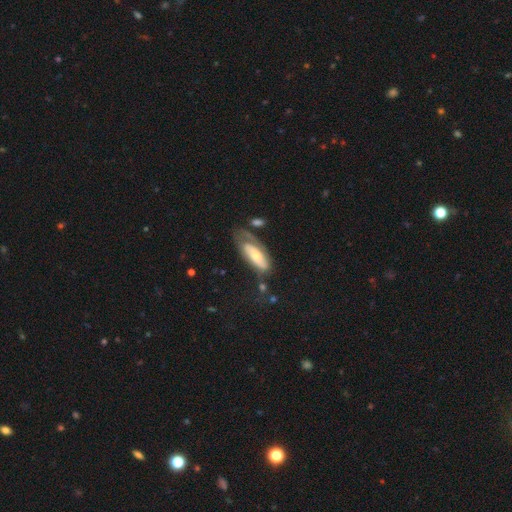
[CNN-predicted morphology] The model was most divided on "smooth or featured": smooth: 48%, featured or disk: 46%, star or artifact: 6%. Remaining: merging — none (40%).